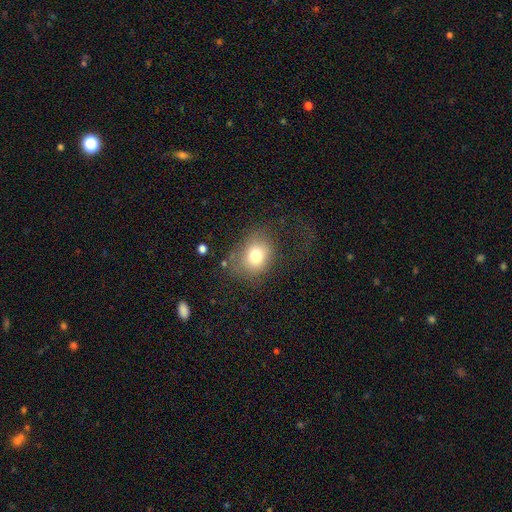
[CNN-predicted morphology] smooth-or-featured: smooth: 76% | featured or disk: 13% | star or artifact: 12%
  how-rounded: in between: 51% | round: 48% | cigar-shaped: 1%
  merging: none: 56% | minor disturbance: 22% | major disturbance: 20% | merger: 2%